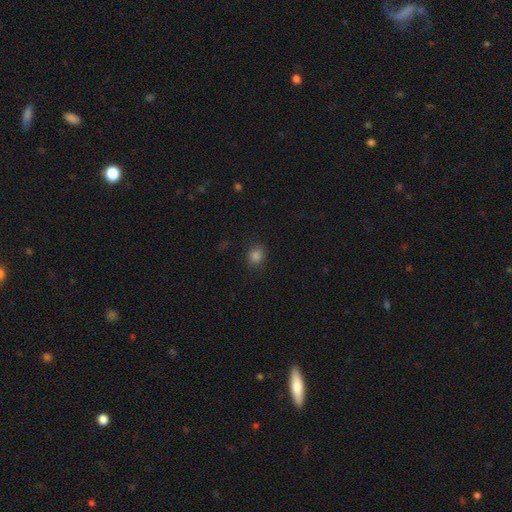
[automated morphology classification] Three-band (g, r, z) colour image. It shows a smooth galaxy with no disk features (82%) that is round (73%). Merging: none (88%).